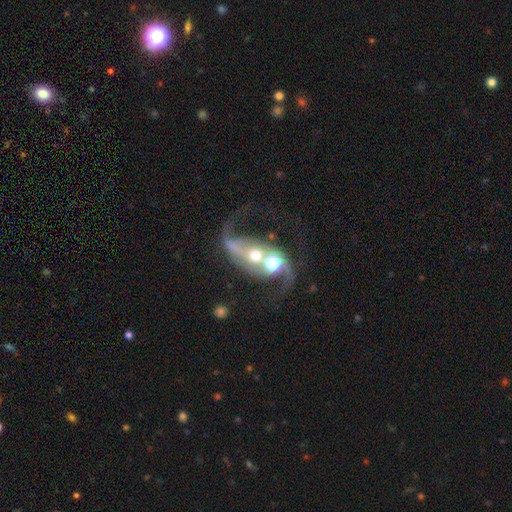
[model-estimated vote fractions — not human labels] Smooth or featured? Predicted: featured or disk (p=0.73). Edge-on disk? Predicted: no (p=0.95). Bar? Predicted: no (p=0.61). Spiral arms? Predicted: yes (p=0.86). Spiral winding? Predicted: loose (p=0.75). Spiral arm count? Predicted: 2 (p=0.81). Bulge size? Predicted: moderate (p=0.57). Merging? Predicted: merger (p=0.55).